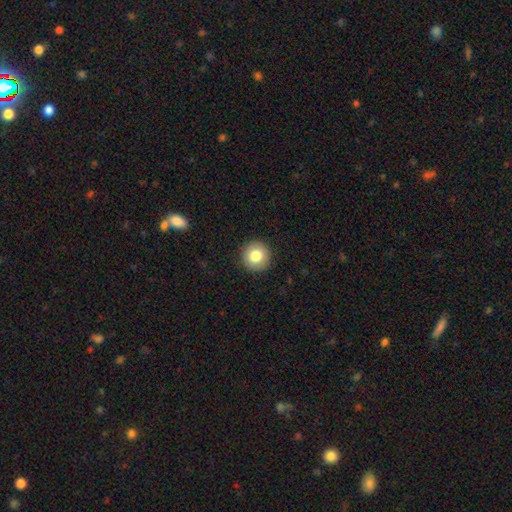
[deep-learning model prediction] Smooth or featured: smooth — 81% (featured or disk — 10%)
How rounded: round — 95% (in between — 4%)
Merging: none — 93% (minor disturbance — 5%)